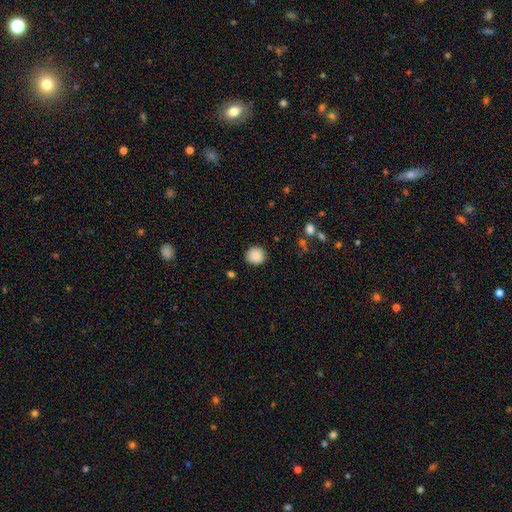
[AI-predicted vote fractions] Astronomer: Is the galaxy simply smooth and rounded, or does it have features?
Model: smooth — 89%.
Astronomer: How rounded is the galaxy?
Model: round — 91%.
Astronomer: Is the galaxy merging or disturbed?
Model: none — 89%.